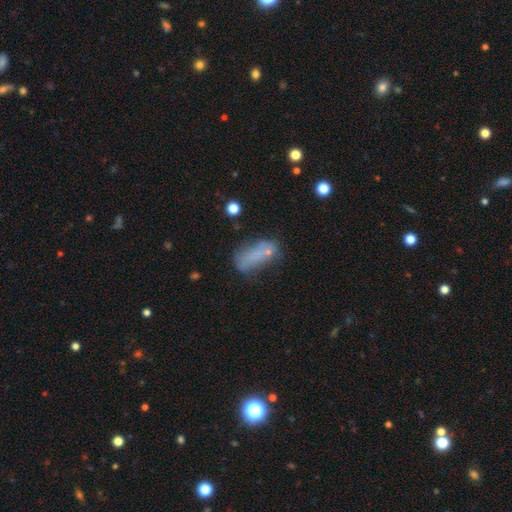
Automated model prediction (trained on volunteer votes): Smooth or featured: smooth — 58% (featured or disk — 24%)
How rounded: in between — 64% (cigar-shaped — 31%)
Merging: none — 51% (minor disturbance — 24%)